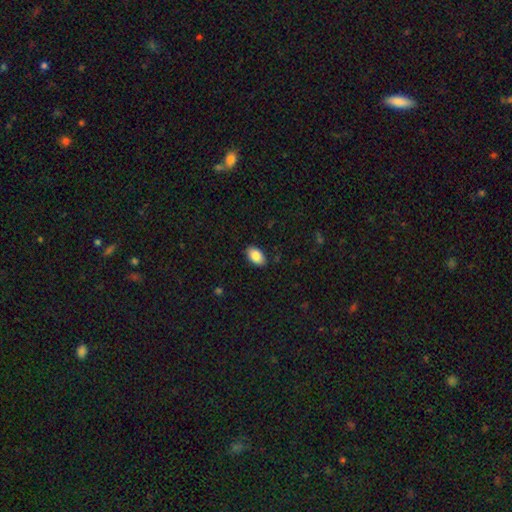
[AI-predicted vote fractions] Q: Smooth or featured?
A: smooth (87%); runner-up: star or artifact (7%)
Q: How rounded?
A: in between (93%); runner-up: round (6%)
Q: Merging?
A: none (87%); runner-up: minor disturbance (10%)